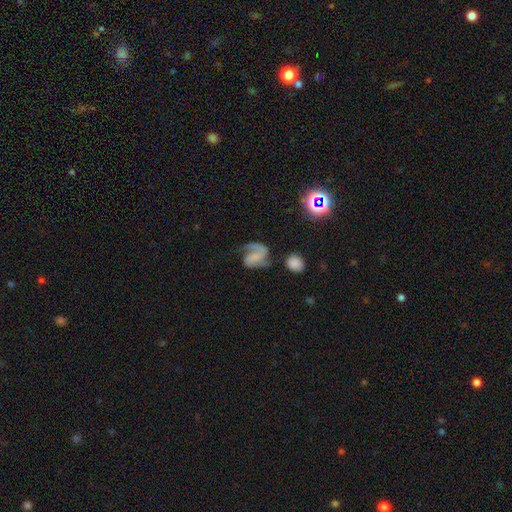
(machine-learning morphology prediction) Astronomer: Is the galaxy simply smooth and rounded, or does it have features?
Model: featured or disk — 75%.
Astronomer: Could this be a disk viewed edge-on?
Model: no — 98%.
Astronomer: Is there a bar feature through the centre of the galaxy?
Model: no — 55% (runner-up: weak, 30%).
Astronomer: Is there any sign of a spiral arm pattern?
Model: yes — 94%.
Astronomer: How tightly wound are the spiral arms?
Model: medium — 44% (runner-up: loose, 34%).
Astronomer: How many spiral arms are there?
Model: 2 — 62%.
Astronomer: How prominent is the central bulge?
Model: none — 62%.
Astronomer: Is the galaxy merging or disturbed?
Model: none — 46% (runner-up: major disturbance, 27%).